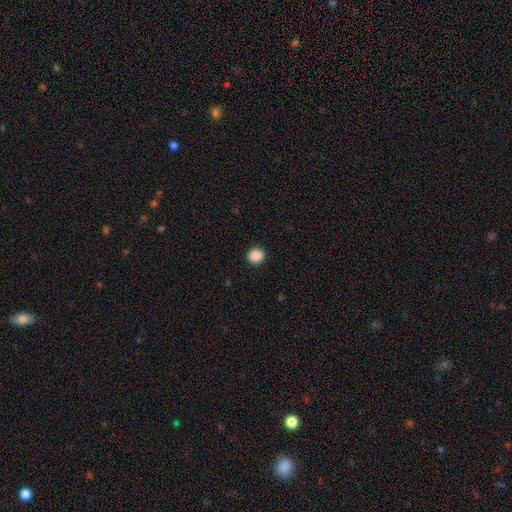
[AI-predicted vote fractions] smooth_or_featured: smooth (p=0.89) [alt: star or artifact p=0.09]
how_rounded: round (p=0.87) [alt: in between p=0.12]
merging: none (p=0.92) [alt: minor disturbance p=0.05]